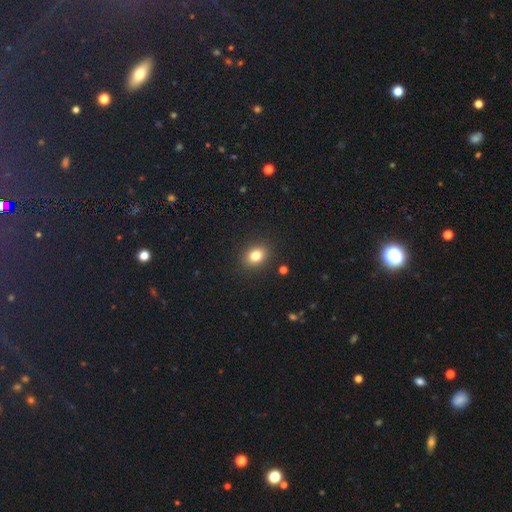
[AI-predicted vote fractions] smooth 81%, star or artifact 12%, featured or disk 8%. Down the decision tree: how rounded — in between (51%); merging — none (89%).